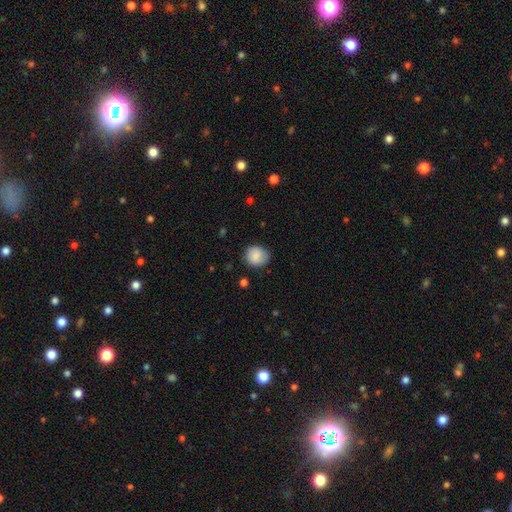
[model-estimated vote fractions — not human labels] A smooth galaxy with no disk features (86%) that is round (80%).

Vote fractions:
- Smooth or featured? smooth: 86% / star or artifact: 8% / featured or disk: 7%
- How rounded? round: 80% / in between: 19% / cigar-shaped: 1%
- Merging? none: 79% / minor disturbance: 16% / major disturbance: 3% / merger: 1%